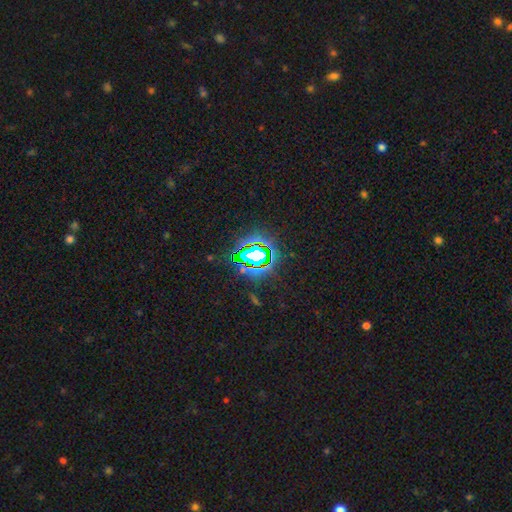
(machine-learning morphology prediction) smooth_or_featured: star or artifact (p=0.74) [alt: smooth p=0.14]